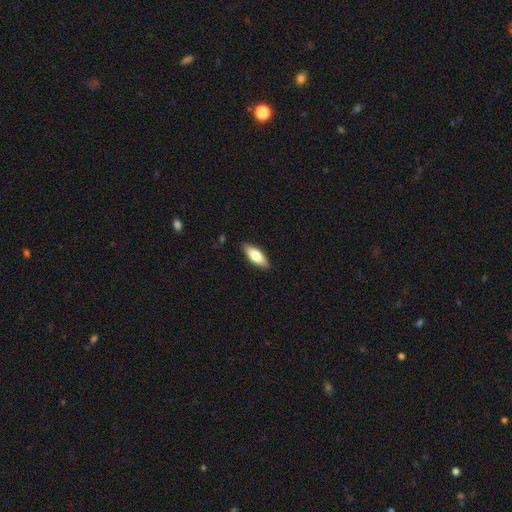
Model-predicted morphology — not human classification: smooth 75%, featured or disk 19%, star or artifact 6%. Down the decision tree: how rounded — in between (72%); merging — none (87%).